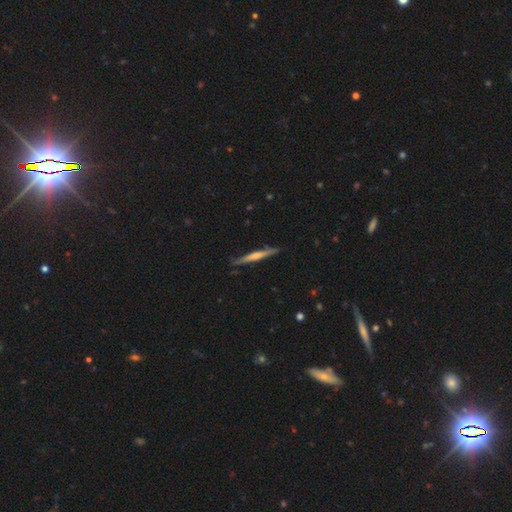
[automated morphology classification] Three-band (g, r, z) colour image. It shows a featured or disk galaxy (68%) viewed edge-on (97%) with a rounded central bulge (63%). Merging: none (88%).